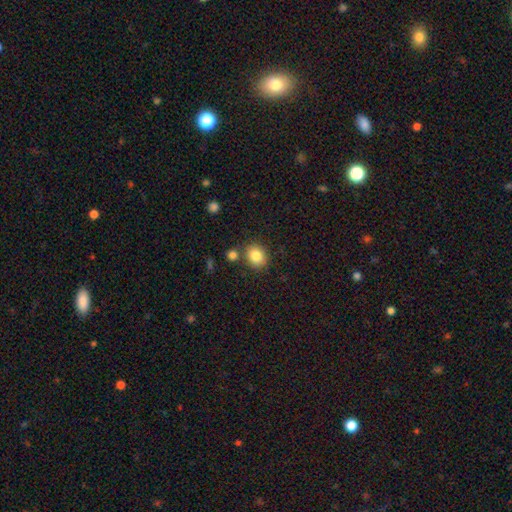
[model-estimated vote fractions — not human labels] This appears to be a smooth galaxy with no disk features (83%) that is round (62%). Merging: none (77%).